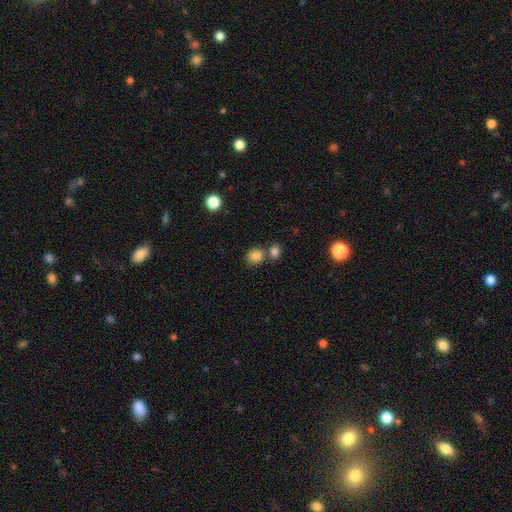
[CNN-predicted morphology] Overall: smooth (84%). How rounded: round (67%; in between 32%). Merging: none (57%; merger 31%).